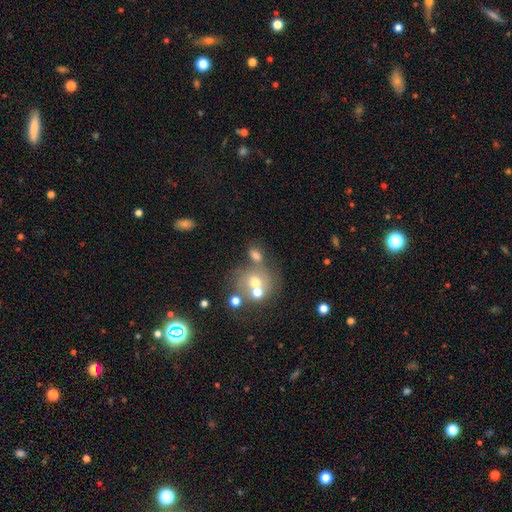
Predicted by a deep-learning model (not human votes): This is likely a smooth galaxy (65%). How rounded: possibly in between (51%). Merging: marginally merger (41%).